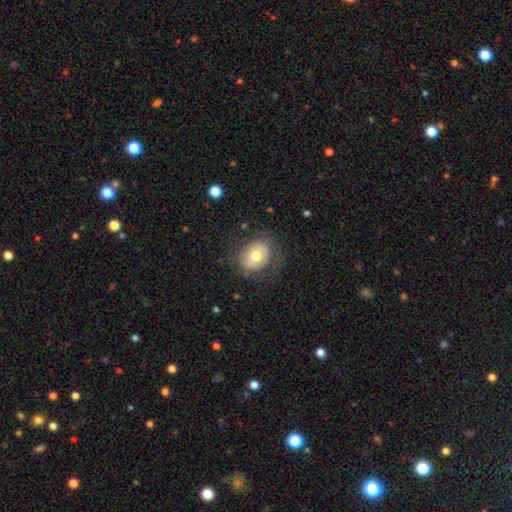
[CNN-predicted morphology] This appears to be a smooth galaxy with no disk features (64%) that is round (63%). Merging: none (68%).